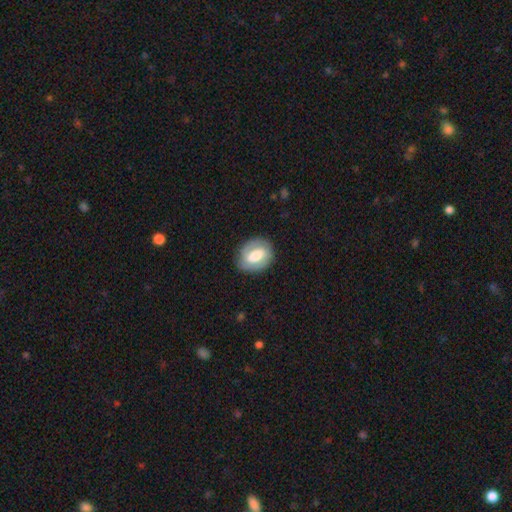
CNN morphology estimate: smooth_or_featured: featured or disk (p=0.57) [alt: smooth p=0.37]
disk_edge_on: no (p=0.96) [alt: yes p=0.04]
bar: weak (p=0.40) [alt: strong p=0.38]
has_spiral_arms: yes (p=0.65) [alt: no p=0.35]
bulge_size: moderate (p=0.43) [alt: large p=0.36]
merging: none (p=0.83) [alt: minor disturbance p=0.11]